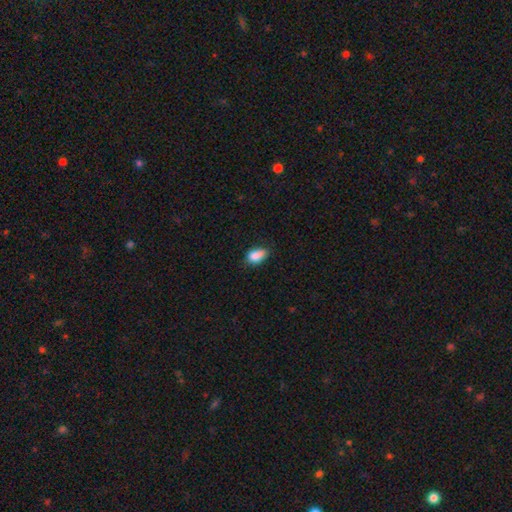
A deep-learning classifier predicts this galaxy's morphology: Smooth or featured: smooth — 86% (star or artifact — 8%)
How rounded: in between — 88% (round — 9%)
Merging: none — 62% (minor disturbance — 32%)